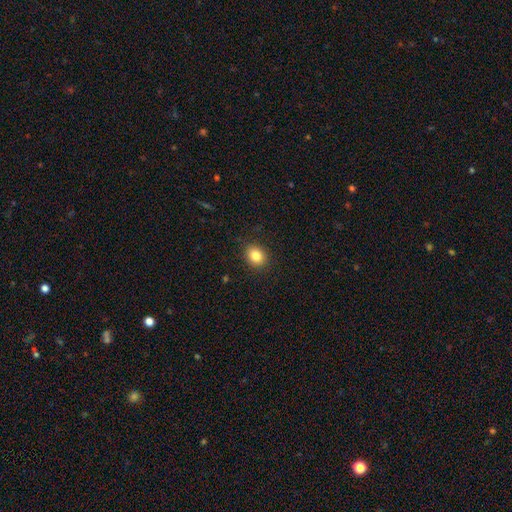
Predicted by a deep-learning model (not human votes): Smooth or featured?
  - smooth: 84% *
  - star or artifact: 10%
  - featured or disk: 6%
How rounded?
  - round: 58% *
  - in between: 41%
  - cigar-shaped: 1%
Merging?
  - none: 89% *
  - minor disturbance: 8%
  - major disturbance: 2%
  - merger: 1%